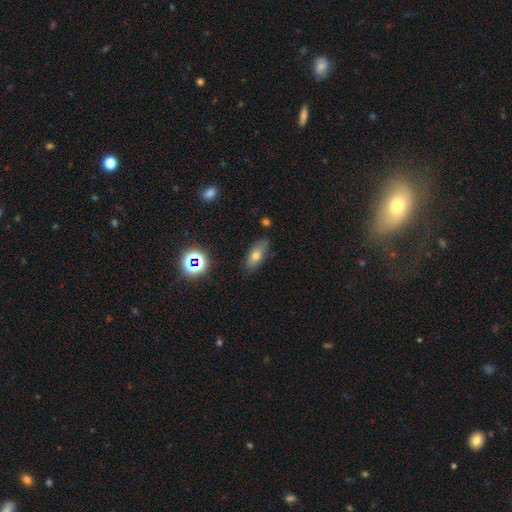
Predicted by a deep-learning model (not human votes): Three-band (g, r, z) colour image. It shows a smooth galaxy with no disk features (67%) that is in between round and cigar-shaped (80%). Merging: none (79%).